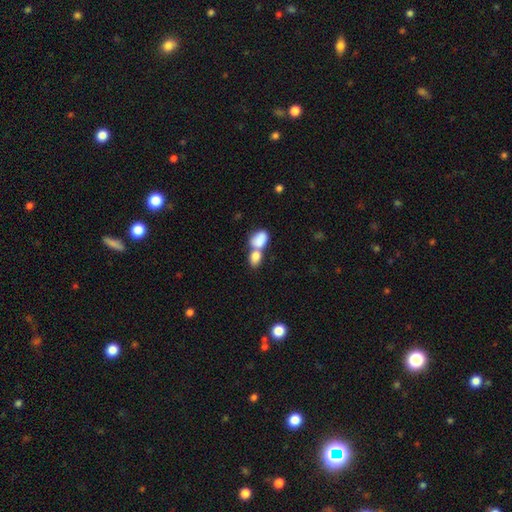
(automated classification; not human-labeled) A smooth galaxy with no disk features (82%) that is in between round and cigar-shaped (82%). Merging: merger (70%).